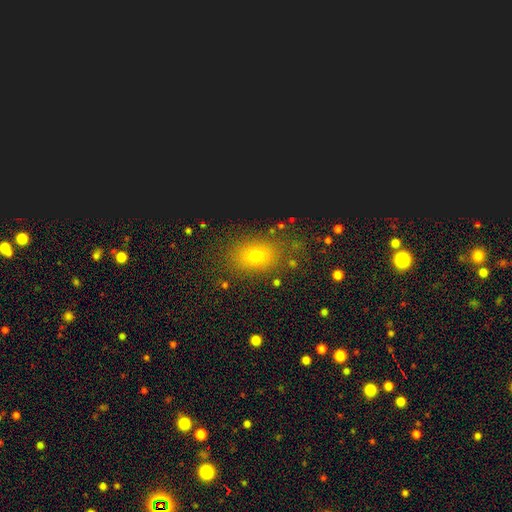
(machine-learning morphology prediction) Overall: smooth (65%; star or artifact 25%). How rounded: in between (66%; round 32%). Merging: none (82%).